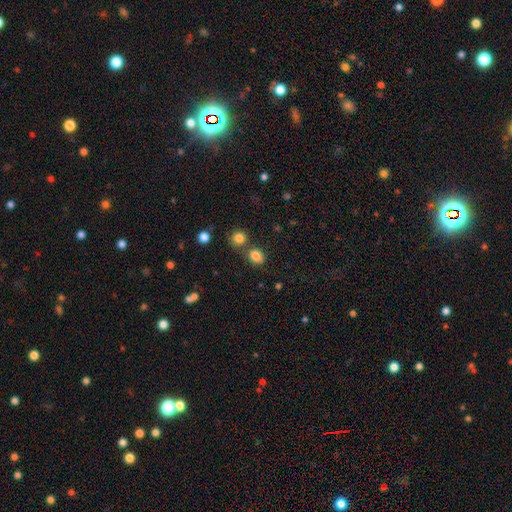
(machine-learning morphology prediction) Q: Smooth or featured?
A: smooth (82%); runner-up: star or artifact (12%)
Q: How rounded?
A: round (60%); runner-up: in between (39%)
Q: Merging?
A: none (66%); runner-up: merger (20%)